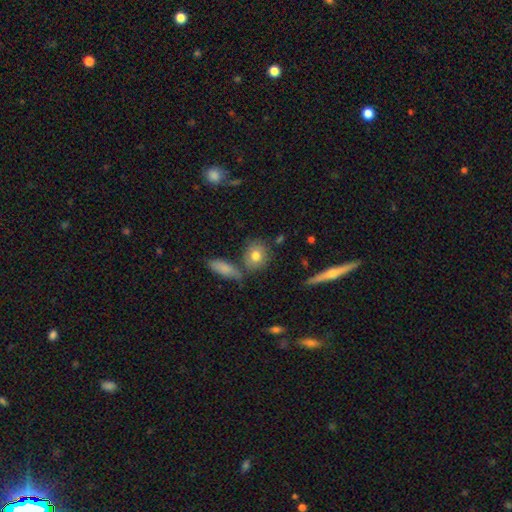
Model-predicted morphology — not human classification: Smooth or featured? smooth (76%)
How rounded? round (62%)
Merging? none (69%)